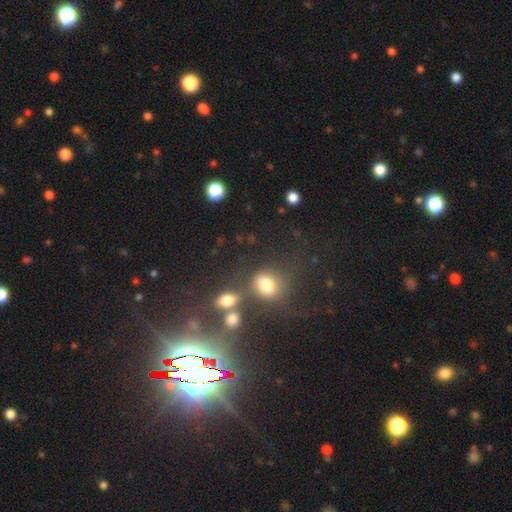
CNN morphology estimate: Smooth or featured?
  - star or artifact: 69% *
  - smooth: 22%
  - featured or disk: 9%